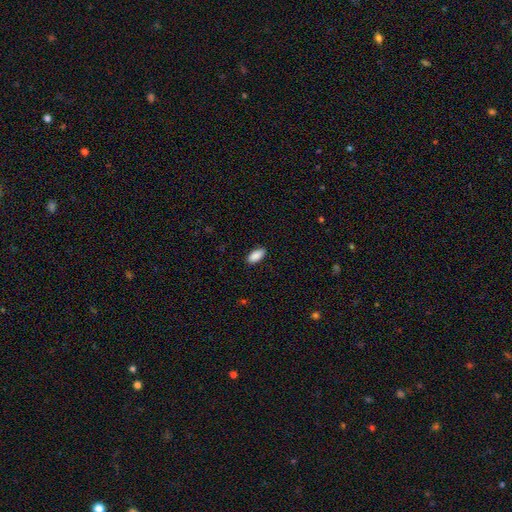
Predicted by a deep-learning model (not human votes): A smooth galaxy with no disk features (90%) that is in between round and cigar-shaped (91%).

Vote fractions:
- Smooth or featured? smooth: 90% / star or artifact: 7% / featured or disk: 4%
- How rounded? in between: 91% / cigar-shaped: 7% / round: 2%
- Merging? none: 88% / minor disturbance: 9% / major disturbance: 2% / merger: 1%